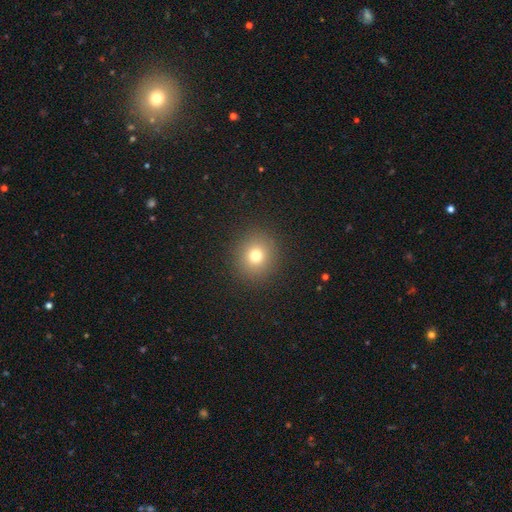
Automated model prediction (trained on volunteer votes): Q: Smooth or featured?
A: smooth (75%); runner-up: star or artifact (15%)
Q: How rounded?
A: round (88%); runner-up: in between (11%)
Q: Merging?
A: none (91%); runner-up: minor disturbance (6%)